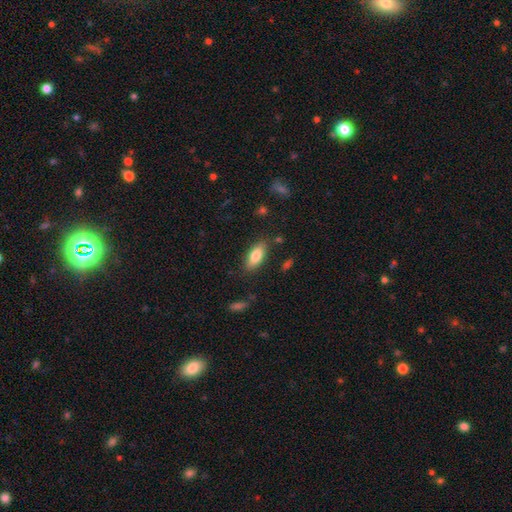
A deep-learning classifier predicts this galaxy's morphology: Smooth or featured? smooth (81%)
How rounded? in between (83%)
Merging? none (83%)